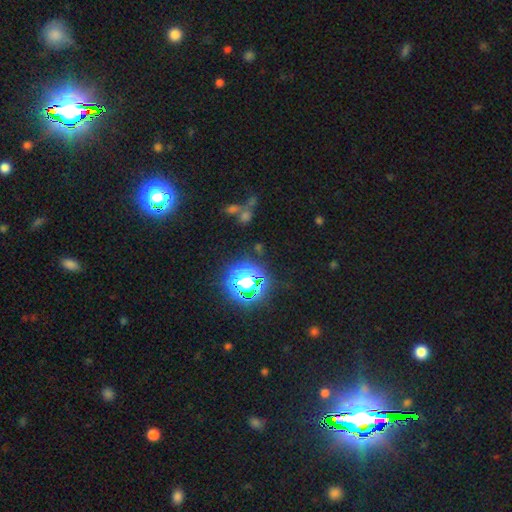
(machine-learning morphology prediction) A star or artifact, not a galaxy (78%).